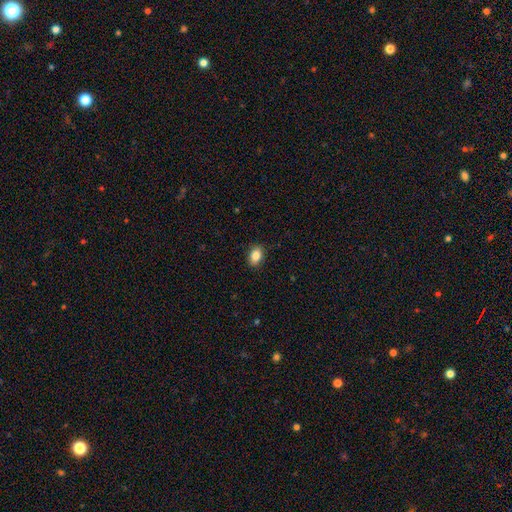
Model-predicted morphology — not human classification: This is clearly a smooth galaxy (85%). How rounded: likely in between (80%). Merging: clearly none (87%).